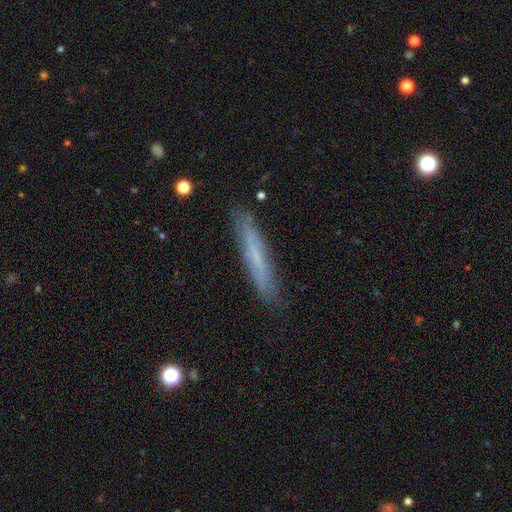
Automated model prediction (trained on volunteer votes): Morphology: type=smooth (55%); roundness=cigar-shaped (92%); merging=none (84%).